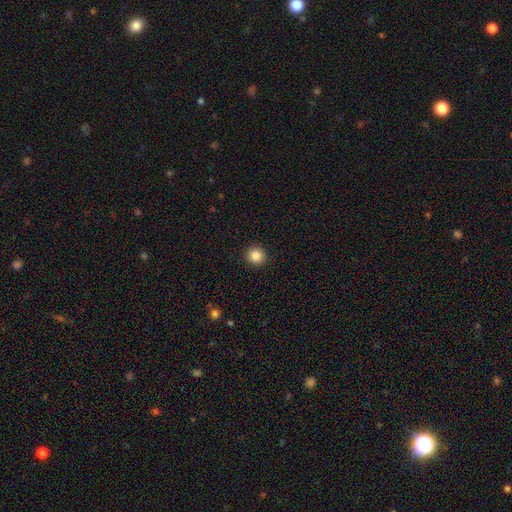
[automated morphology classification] smooth_or_featured: smooth (p=0.86) [alt: star or artifact p=0.10]
how_rounded: round (p=0.94) [alt: in between p=0.05]
merging: none (p=0.93) [alt: minor disturbance p=0.04]